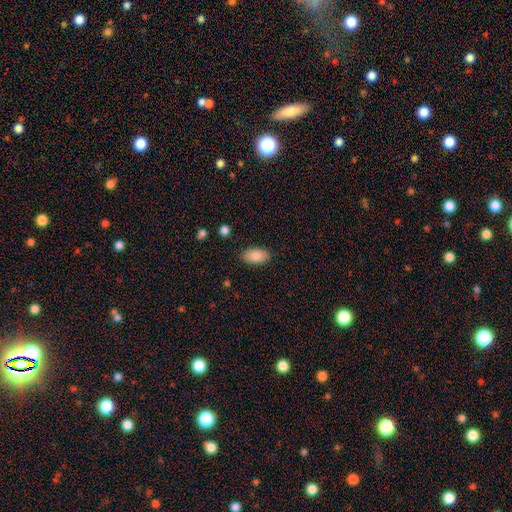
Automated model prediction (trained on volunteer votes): smooth 85%, featured or disk 8%, star or artifact 7%. Down the decision tree: how rounded — in between (94%); merging — none (87%).